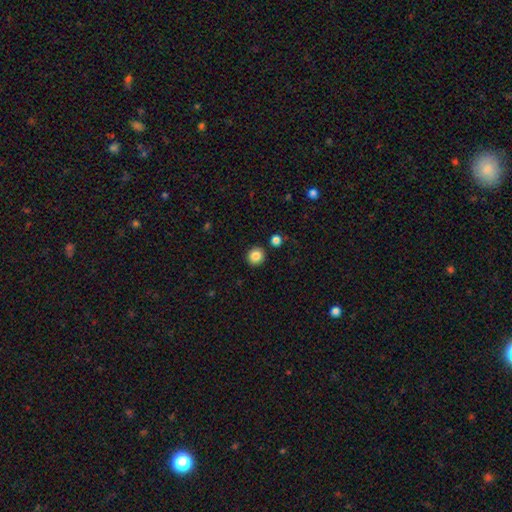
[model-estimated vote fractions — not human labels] Overall: smooth (85%). How rounded: round (93%). Merging: none (90%).